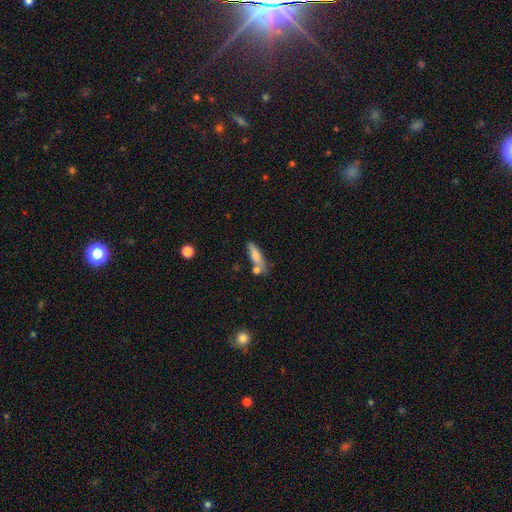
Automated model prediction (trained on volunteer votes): This is likely a smooth galaxy (75%). How rounded: possibly cigar-shaped (58%). Merging: possibly none (60%).